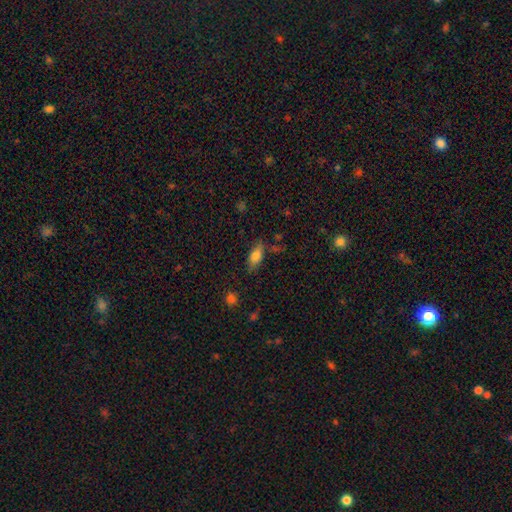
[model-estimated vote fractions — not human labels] Morphology: type=smooth (76%); roundness=in between (80%); merging=none (73%).